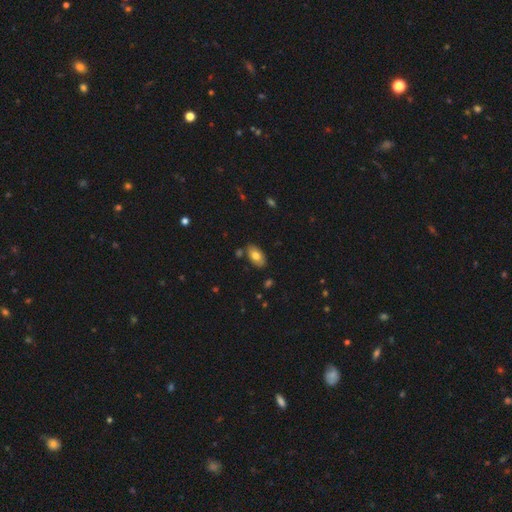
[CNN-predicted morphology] smooth_or_featured: smooth (p=0.74) [alt: featured or disk p=0.19]
how_rounded: in between (p=0.93) [alt: round p=0.05]
merging: none (p=0.81) [alt: minor disturbance p=0.13]